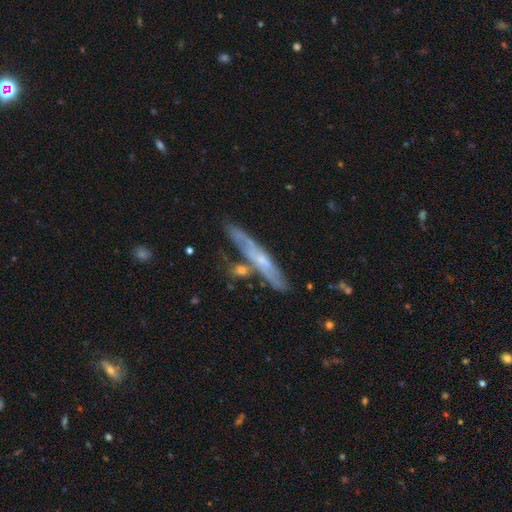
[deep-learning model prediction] featured or disk 62%, smooth 30%, star or artifact 8%. Down the decision tree: edge-on disk — yes (83%); edge-on bulge — rounded (55%); merging — none (69%).